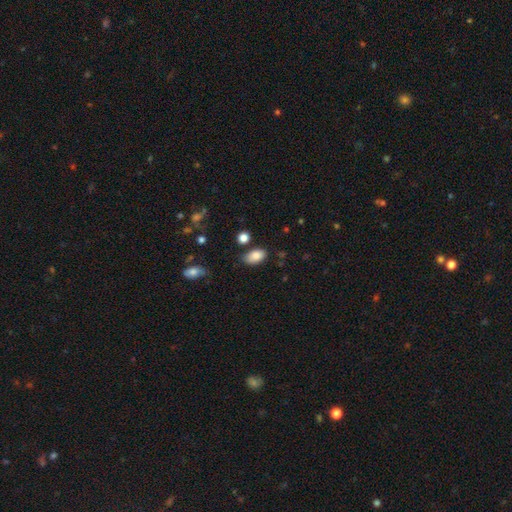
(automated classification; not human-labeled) A smooth galaxy with no disk features (85%) that is in between round and cigar-shaped (91%).

Vote fractions:
- Smooth or featured? smooth: 85% / star or artifact: 8% / featured or disk: 7%
- How rounded? in between: 91% / round: 7% / cigar-shaped: 1%
- Merging? none: 72% / minor disturbance: 19% / merger: 5% / major disturbance: 4%